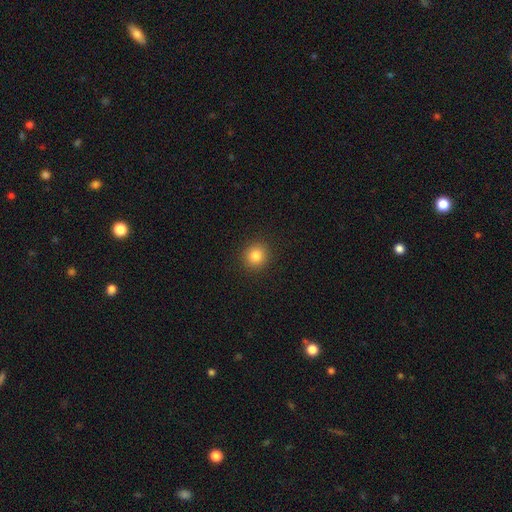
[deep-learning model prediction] Smooth or featured? Predicted: smooth (p=0.83). How rounded? Predicted: round (p=0.90). Merging? Predicted: none (p=0.92).